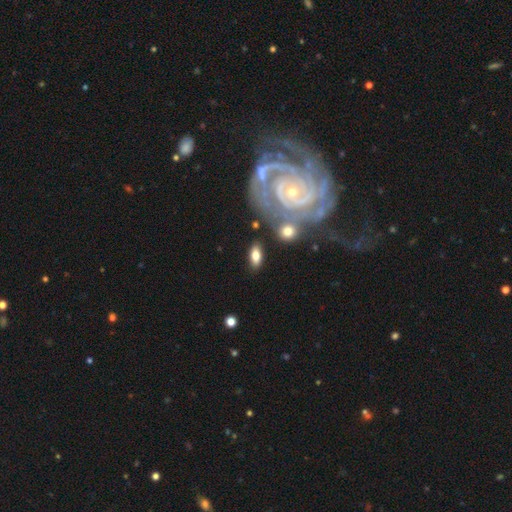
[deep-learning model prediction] Smooth or featured?
  - smooth: 66% *
  - featured or disk: 28%
  - star or artifact: 7%
How rounded?
  - in between: 88% *
  - cigar-shaped: 8%
  - round: 5%
Merging?
  - none: 75% *
  - minor disturbance: 14%
  - merger: 6%
  - major disturbance: 5%